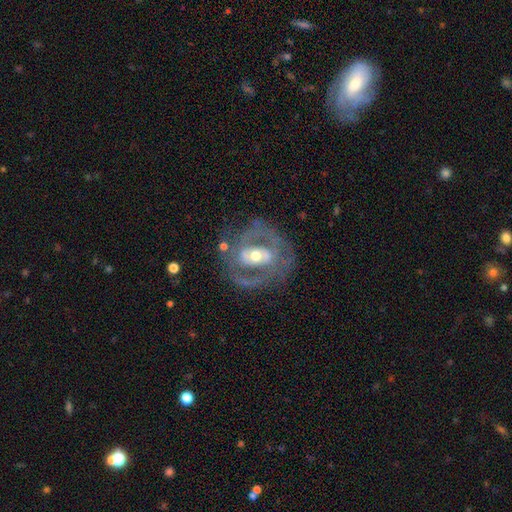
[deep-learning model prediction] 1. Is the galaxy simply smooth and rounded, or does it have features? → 81% featured or disk, 13% smooth, 6% star or artifact.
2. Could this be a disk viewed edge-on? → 96% no, 4% yes.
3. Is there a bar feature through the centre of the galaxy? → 42% no, 34% weak, 24% strong.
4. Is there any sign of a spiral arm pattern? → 69% yes, 31% no.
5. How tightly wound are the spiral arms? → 44% medium, 38% tight, 18% loose.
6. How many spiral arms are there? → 66% 2, 18% can't tell, 6% 3, 6% 1, 2% 4, 2% more than 4.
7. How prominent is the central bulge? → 68% moderate, 20% small, 10% large, 1% dominant, 1% none.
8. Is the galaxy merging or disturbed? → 66% none, 17% minor disturbance, 14% major disturbance, 3% merger.